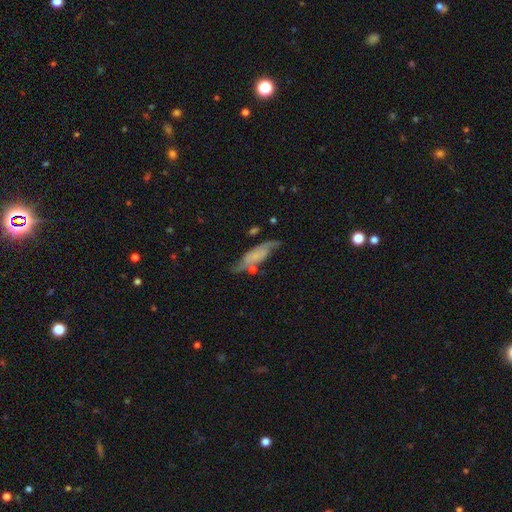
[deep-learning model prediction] This is likely a featured or disk galaxy (60%). It is likely not viewed edge-on (78%). Merging: possibly none (57%).